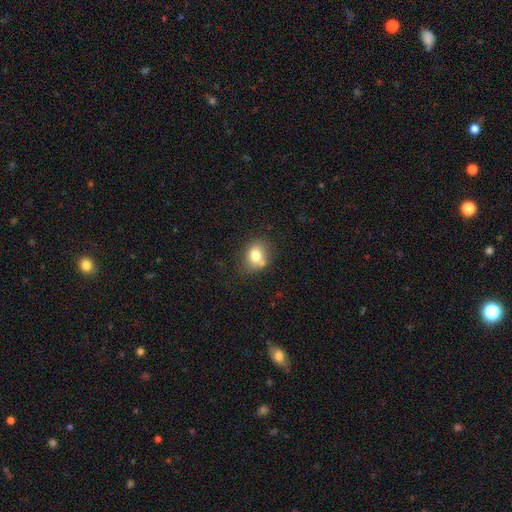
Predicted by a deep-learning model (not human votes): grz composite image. It shows a smooth galaxy with no disk features (76%) that is round (52%). Merging: none (59%).